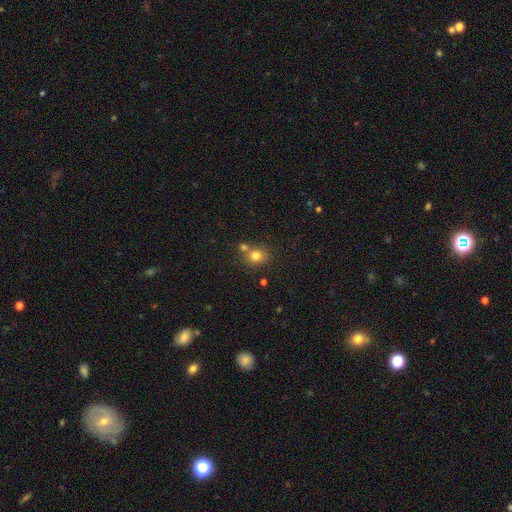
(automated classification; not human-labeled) Overall: smooth (79%). How rounded: round (69%; in between 30%). Merging: none (62%; merger 24%).